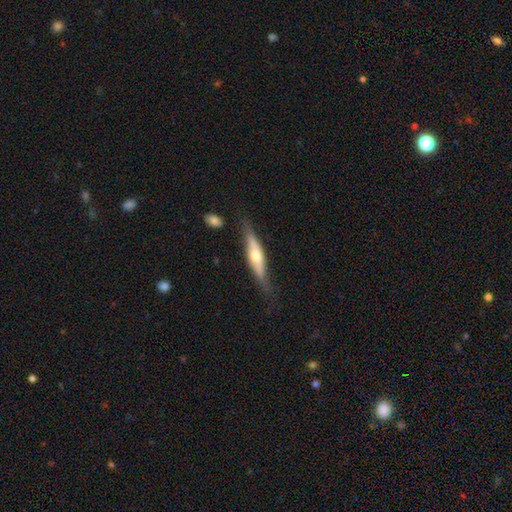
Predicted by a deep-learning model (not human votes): Smooth or featured? Predicted: featured or disk (p=0.58). Edge-on disk? Predicted: yes (p=0.87). Edge-on bulge? Predicted: rounded (p=0.87). Merging? Predicted: none (p=0.70).